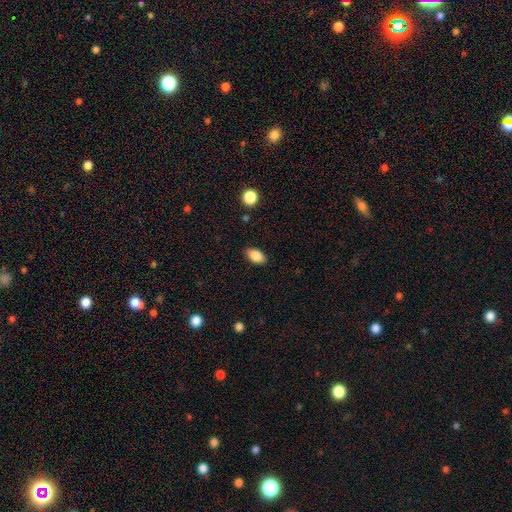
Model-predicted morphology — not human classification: This appears to be a smooth galaxy with no disk features (86%) that is in between round and cigar-shaped (91%). Merging: none (86%).